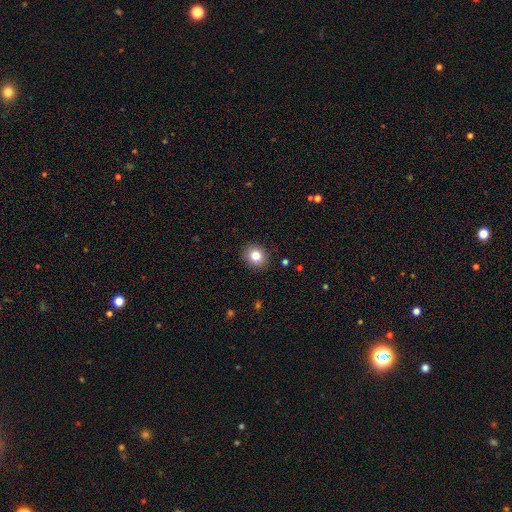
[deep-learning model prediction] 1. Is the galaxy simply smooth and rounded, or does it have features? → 82% smooth, 11% star or artifact, 7% featured or disk.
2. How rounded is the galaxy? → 78% round, 21% in between, 1% cigar-shaped.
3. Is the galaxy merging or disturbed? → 90% none, 7% minor disturbance, 2% major disturbance, 1% merger.